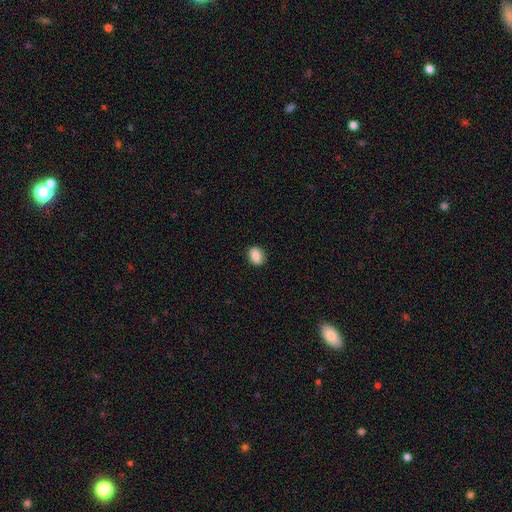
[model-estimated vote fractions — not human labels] smooth-or-featured: smooth: 87% | star or artifact: 8% | featured or disk: 5%
  how-rounded: in between: 71% | round: 27% | cigar-shaped: 2%
  merging: none: 87% | minor disturbance: 10% | major disturbance: 2% | merger: 1%